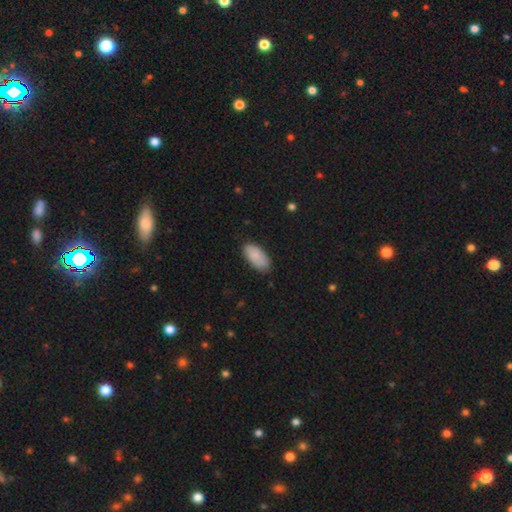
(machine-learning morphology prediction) This is clearly a smooth galaxy (88%). How rounded: clearly in between (94%). Merging: clearly none (81%).